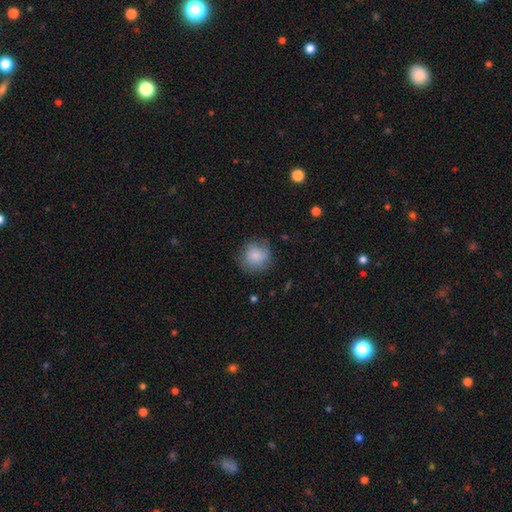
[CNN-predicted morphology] Overall: smooth (81%). How rounded: round (86%). Merging: none (69%).